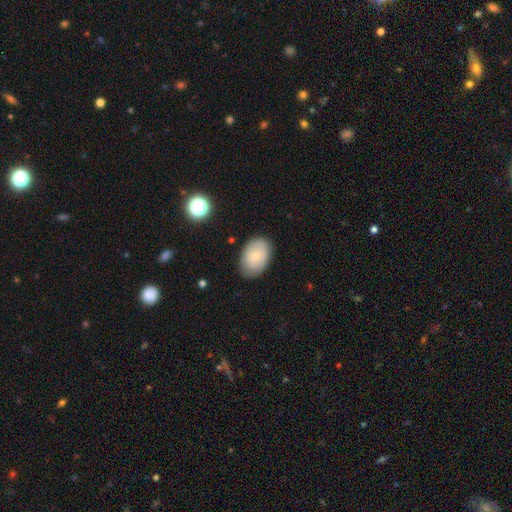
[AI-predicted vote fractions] A smooth galaxy with no disk features (73%) that is in between round and cigar-shaped (87%).

Vote fractions:
- Smooth or featured? smooth: 73% / featured or disk: 20% / star or artifact: 7%
- How rounded? in between: 87% / round: 12% / cigar-shaped: 1%
- Merging? none: 79% / minor disturbance: 16% / major disturbance: 4% / merger: 1%